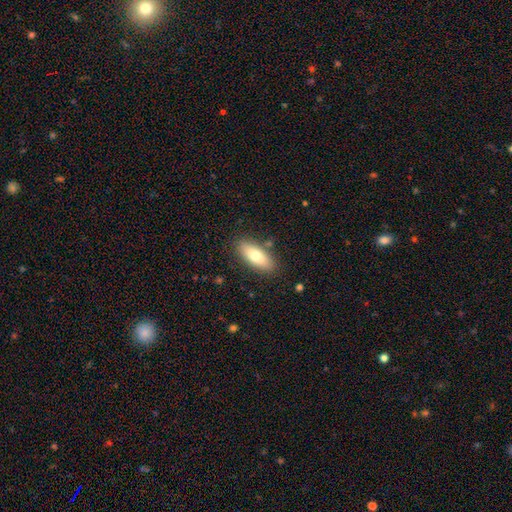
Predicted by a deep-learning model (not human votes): Overall: smooth (74%). How rounded: in between (76%). Merging: none (85%).